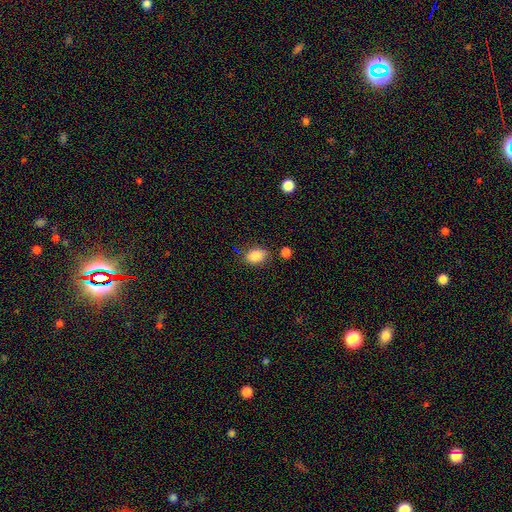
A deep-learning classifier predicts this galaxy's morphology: smooth 85%, star or artifact 8%, featured or disk 6%. Down the decision tree: how rounded — in between (81%); merging — none (77%).